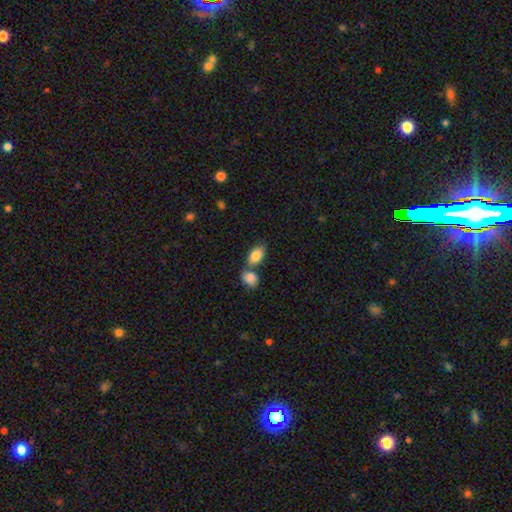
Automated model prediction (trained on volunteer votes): Smooth or featured: smooth — 84% (featured or disk — 9%)
How rounded: in between — 89% (round — 9%)
Merging: none — 49% (merger — 38%)